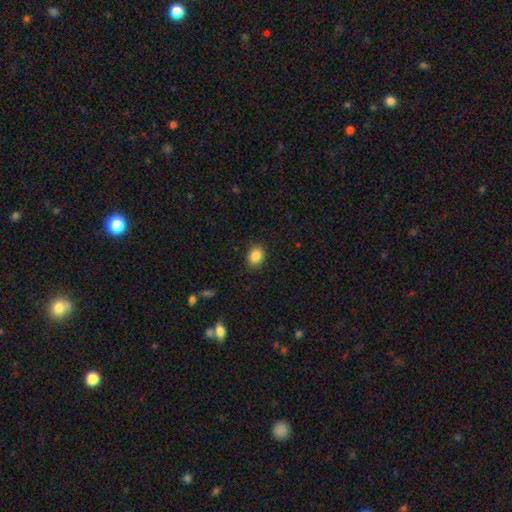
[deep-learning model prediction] smooth-or-featured: smooth: 86% | star or artifact: 9% | featured or disk: 5%
  how-rounded: in between: 62% | round: 37% | cigar-shaped: 1%
  merging: none: 89% | minor disturbance: 8% | major disturbance: 2% | merger: 1%